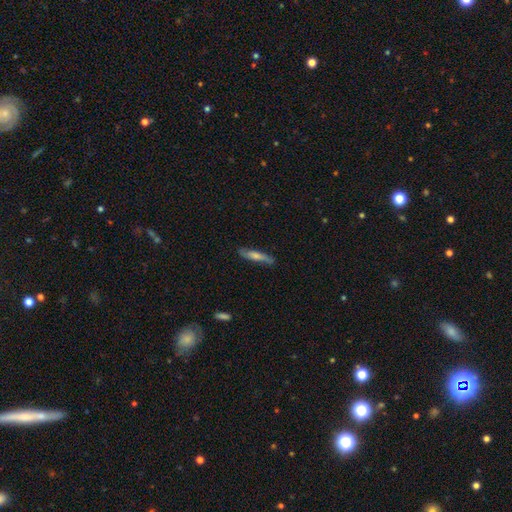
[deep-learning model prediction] Smooth or featured: featured or disk — 54% (smooth — 37%)
Edge-on disk: yes — 82% (no — 18%)
Merging: none — 84% (minor disturbance — 12%)